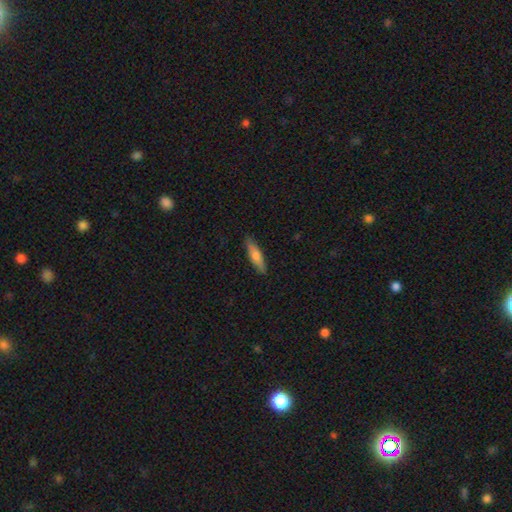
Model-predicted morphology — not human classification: This appears to be a smooth galaxy with no disk features (68%) that is cigar-shaped (73%). Merging: none (88%).